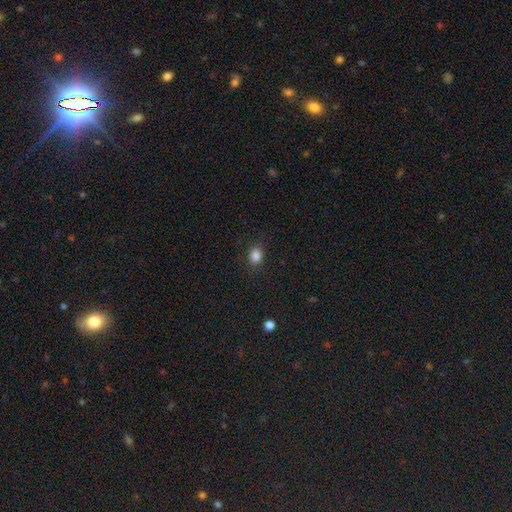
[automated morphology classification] smooth_or_featured: smooth (p=0.84) [alt: star or artifact p=0.11]
how_rounded: in between (p=0.61) [alt: round p=0.38]
merging: none (p=0.84) [alt: minor disturbance p=0.11]